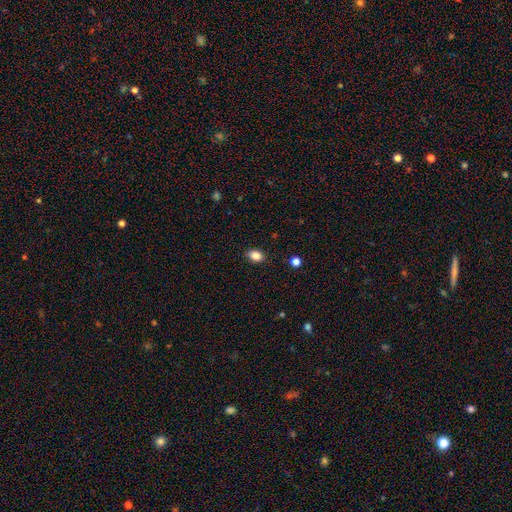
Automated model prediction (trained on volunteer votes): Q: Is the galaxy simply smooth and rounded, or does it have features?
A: smooth — 86%.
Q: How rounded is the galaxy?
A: in between — 75%.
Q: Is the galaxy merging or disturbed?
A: none — 88%.